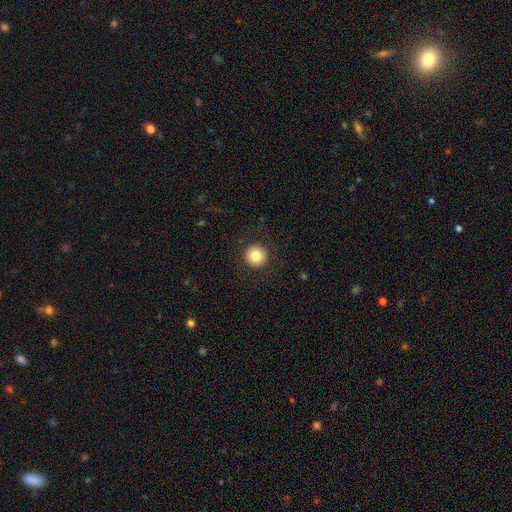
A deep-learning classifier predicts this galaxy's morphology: Smooth or featured? smooth (83%)
How rounded? round (96%)
Merging? none (91%)